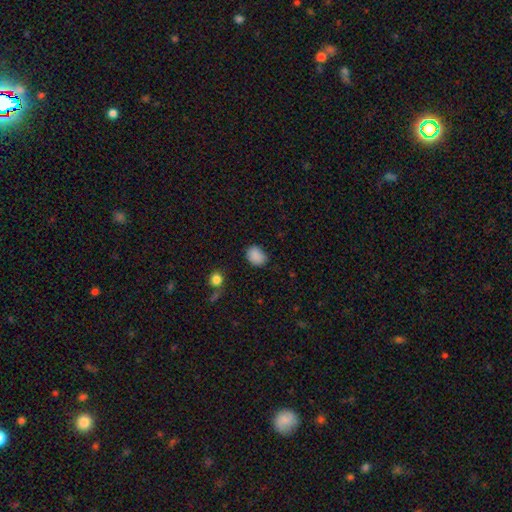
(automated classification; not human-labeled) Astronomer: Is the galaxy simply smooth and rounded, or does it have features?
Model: smooth — 87%.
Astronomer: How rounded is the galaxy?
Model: in between — 65%.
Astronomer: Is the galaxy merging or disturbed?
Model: none — 75%.